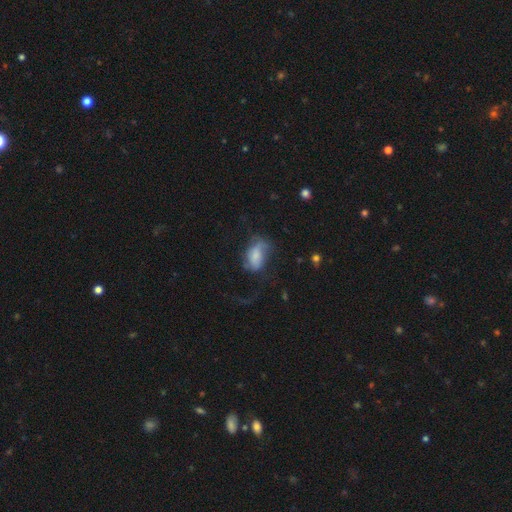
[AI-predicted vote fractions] smooth_or_featured: smooth (p=0.58) [alt: featured or disk p=0.32]
how_rounded: in between (p=0.90) [alt: round p=0.06]
merging: major disturbance (p=0.41) [alt: none p=0.29]